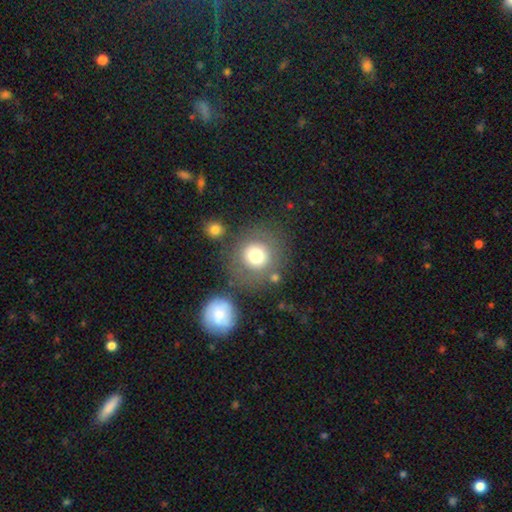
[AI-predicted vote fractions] smooth_or_featured: smooth (p=0.74) [alt: featured or disk p=0.15]
how_rounded: round (p=0.90) [alt: in between p=0.09]
merging: none (p=0.72) [alt: minor disturbance p=0.11]